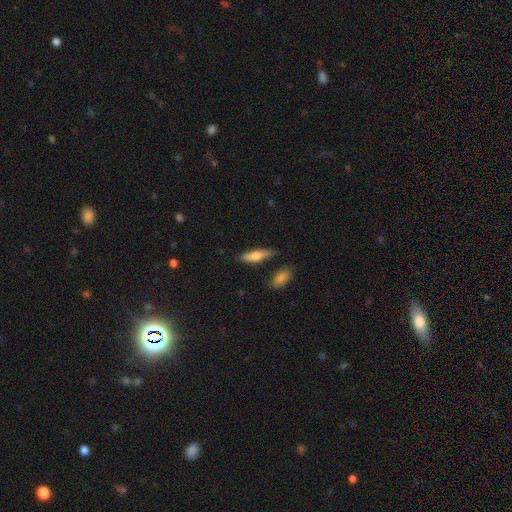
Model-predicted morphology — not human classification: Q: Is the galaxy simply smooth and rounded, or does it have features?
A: smooth — 63%.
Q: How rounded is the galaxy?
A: cigar-shaped — 62%.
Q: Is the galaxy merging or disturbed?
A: none — 79%.